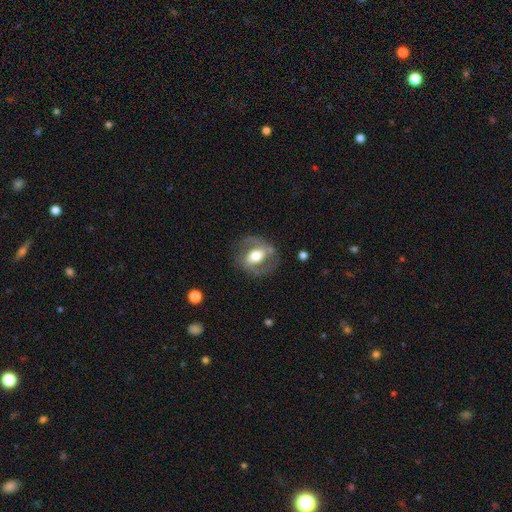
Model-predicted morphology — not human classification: Smooth or featured? featured or disk (64%)
Edge-on disk? no (93%)
Bar? weak (34%)
Spiral arms? yes (58%)
Bulge size? moderate (58%)
Merging? none (72%)